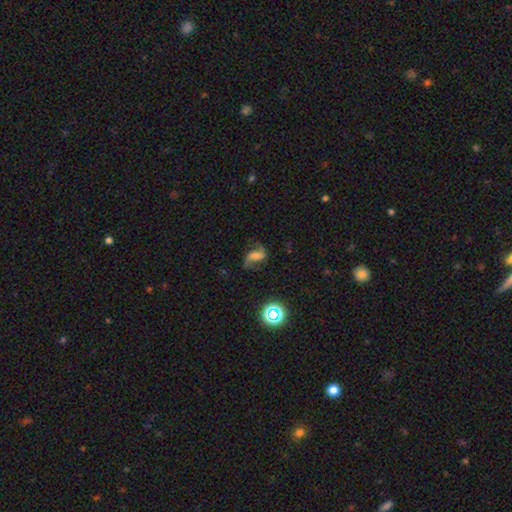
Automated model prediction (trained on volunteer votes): The model was most divided on "bulge size": none: 29%, moderate: 28%, small: 27%, large: 13%, dominant: 3%. Remaining: edge-on disk — no (97%); spiral arms — yes (96%); spiral arm count — 2 (92%); smooth or featured — featured or disk (77%); merging — none (71%); spiral winding — loose (66%); bar — weak (42%).